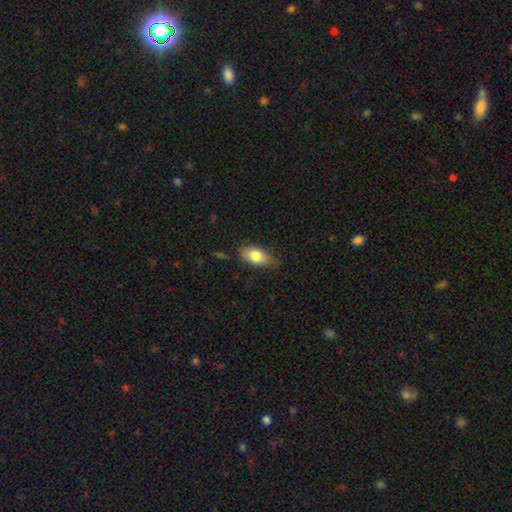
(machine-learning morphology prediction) Smooth or featured?
  - smooth: 78% *
  - featured or disk: 15%
  - star or artifact: 7%
How rounded?
  - in between: 88% *
  - cigar-shaped: 7%
  - round: 5%
Merging?
  - none: 71% *
  - minor disturbance: 23%
  - major disturbance: 4%
  - merger: 2%